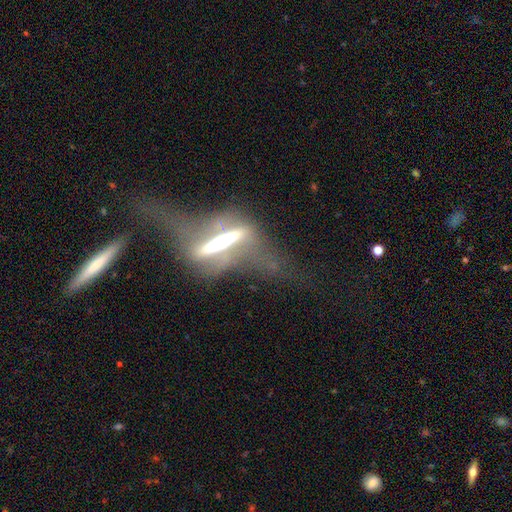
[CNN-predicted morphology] A featured or disk galaxy (77%) viewed edge-on (74%) with a rounded central bulge (56%). Merging: none (40%).